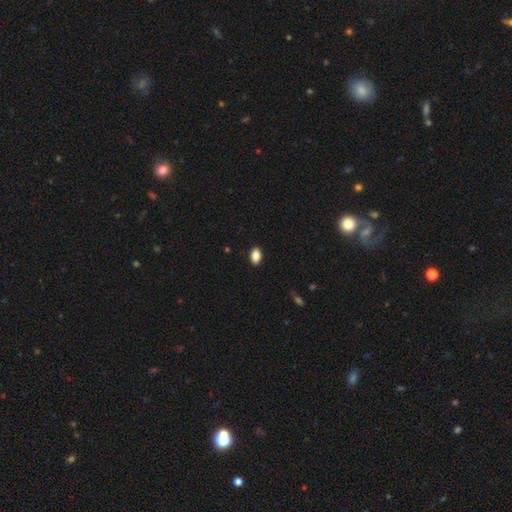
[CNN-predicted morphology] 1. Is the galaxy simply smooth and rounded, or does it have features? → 87% smooth, 8% star or artifact, 4% featured or disk.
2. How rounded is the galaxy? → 88% in between, 11% round, 2% cigar-shaped.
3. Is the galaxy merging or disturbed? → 90% none, 7% minor disturbance, 2% major disturbance, 1% merger.